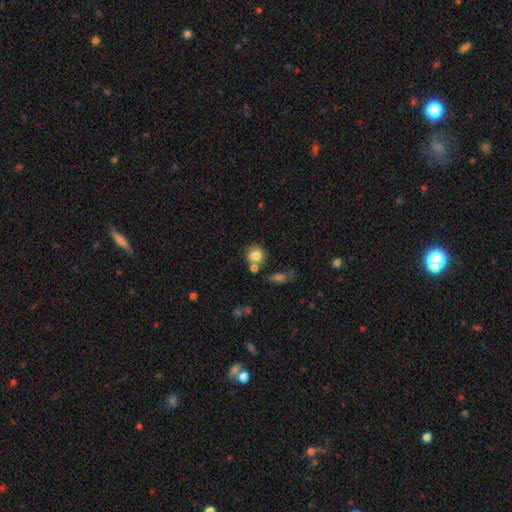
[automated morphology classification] A smooth galaxy with no disk features (81%) that is round (86%).

Vote fractions:
- Smooth or featured? smooth: 81% / star or artifact: 9% / featured or disk: 9%
- How rounded? round: 86% / in between: 13% / cigar-shaped: 1%
- Merging? none: 61% / merger: 23% / minor disturbance: 12% / major disturbance: 4%